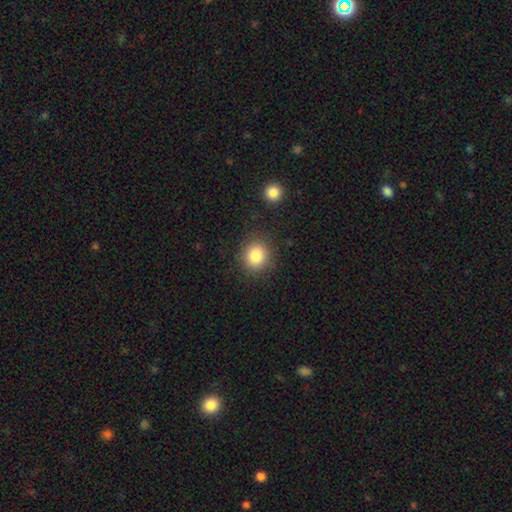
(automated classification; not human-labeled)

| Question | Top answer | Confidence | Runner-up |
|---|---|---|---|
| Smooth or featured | smooth | 83% | star or artifact (11%) |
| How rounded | round | 86% | in between (13%) |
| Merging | none | 87% | minor disturbance (8%) |